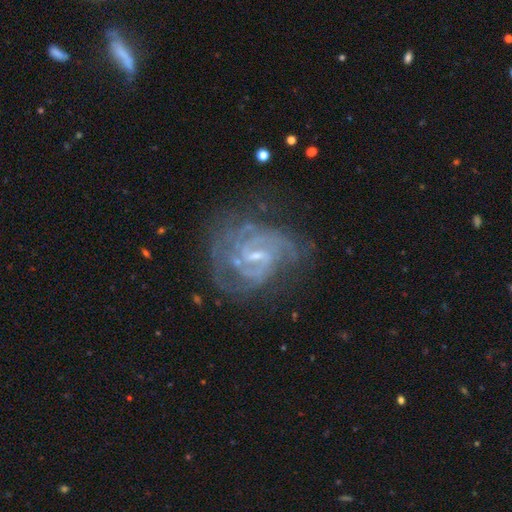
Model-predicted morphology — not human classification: smooth_or_featured: featured or disk (p=0.87) [alt: star or artifact p=0.07]
disk_edge_on: no (p=0.97) [alt: yes p=0.03]
bar: weak (p=0.60) [alt: strong p=0.21]
has_spiral_arms: yes (p=0.94) [alt: no p=0.06]
spiral_winding: tight (p=0.52) [alt: medium p=0.39]
spiral_arm_count: 2 (p=0.33) [alt: can't tell p=0.29]
bulge_size: small (p=0.64) [alt: moderate p=0.23]
merging: none (p=0.62) [alt: minor disturbance p=0.20]